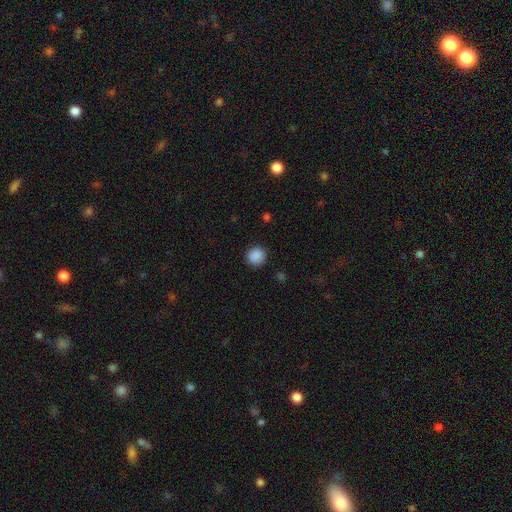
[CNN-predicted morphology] type=smooth (89%); roundness=round (90%); merging=none (90%).